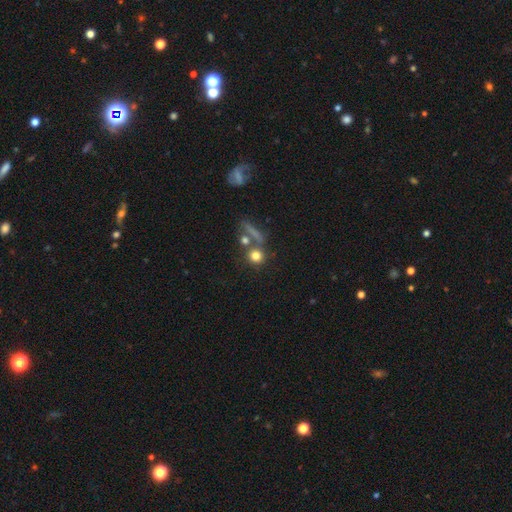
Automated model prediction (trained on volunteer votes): Morphology: type=smooth (75%); roundness=round (87%); merging=none (62%).